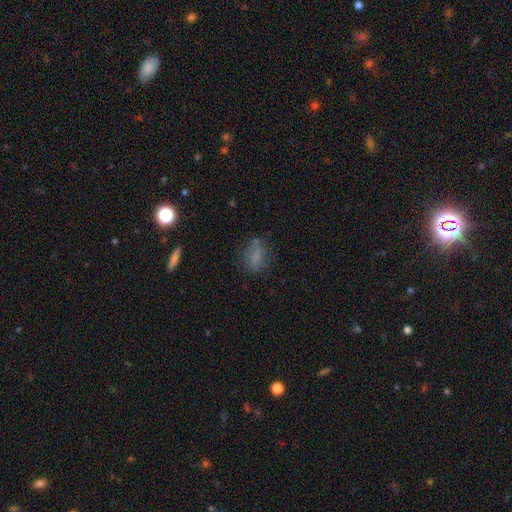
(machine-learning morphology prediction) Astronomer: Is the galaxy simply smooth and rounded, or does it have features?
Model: smooth — 71%.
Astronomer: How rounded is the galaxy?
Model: in between — 71%.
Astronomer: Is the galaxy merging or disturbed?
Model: none — 66%.